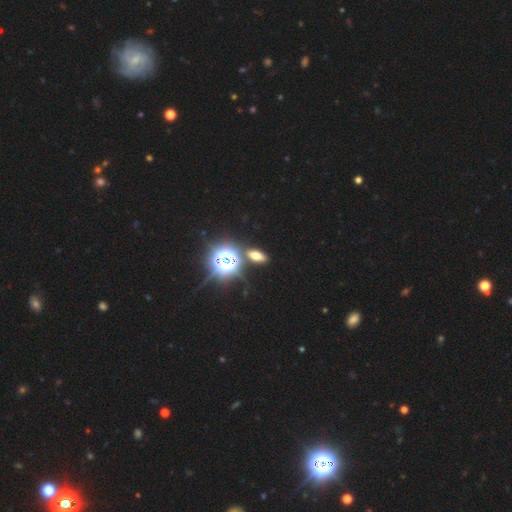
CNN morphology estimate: Overall: smooth (47%; star or artifact 38%). Merging: none (82%).